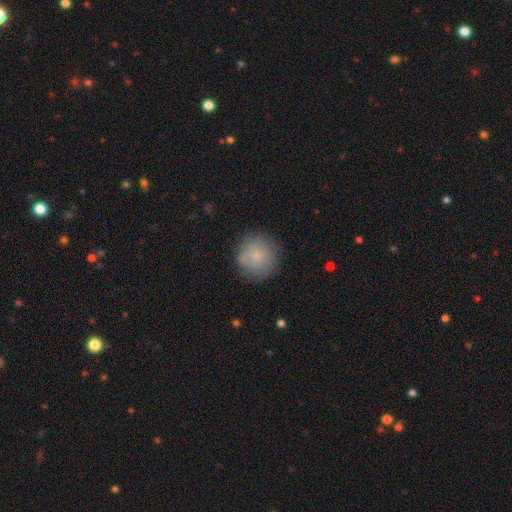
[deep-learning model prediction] smooth 75%, featured or disk 17%, star or artifact 8%. Down the decision tree: how rounded — round (94%); merging — none (78%).